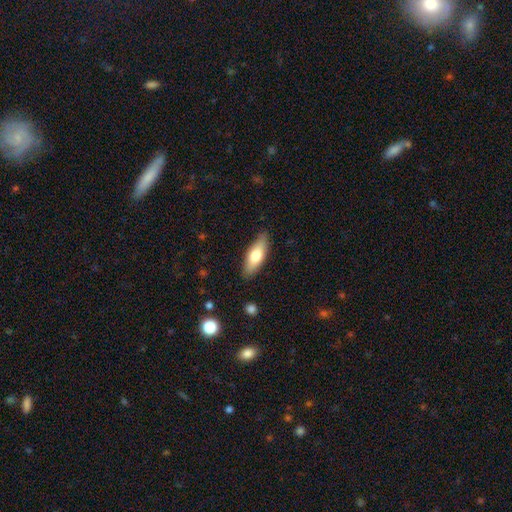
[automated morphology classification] Smooth or featured?
  - smooth: 67% *
  - featured or disk: 27%
  - star or artifact: 6%
How rounded?
  - in between: 60% *
  - cigar-shaped: 37%
  - round: 2%
Merging?
  - none: 86% *
  - minor disturbance: 11%
  - major disturbance: 2%
  - merger: 1%